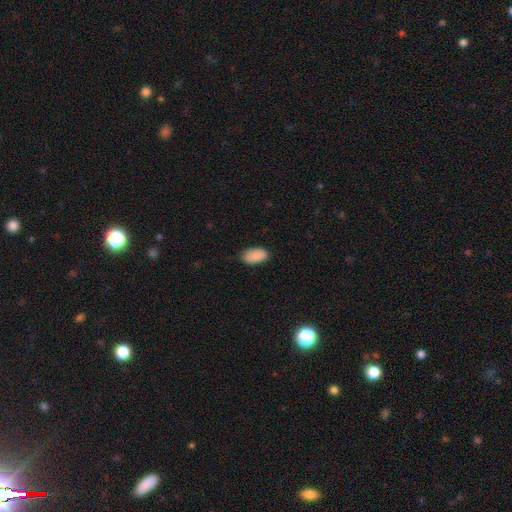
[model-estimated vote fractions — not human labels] Smooth or featured: smooth — 90% (star or artifact — 7%)
How rounded: in between — 95% (round — 3%)
Merging: none — 84% (minor disturbance — 13%)